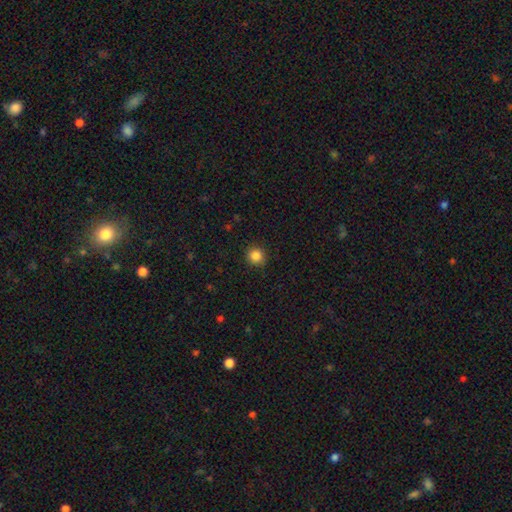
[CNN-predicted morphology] smooth-or-featured: smooth: 85% | star or artifact: 11% | featured or disk: 4%
  how-rounded: round: 92% | in between: 7% | cigar-shaped: 1%
  merging: none: 90% | minor disturbance: 7% | major disturbance: 2% | merger: 1%